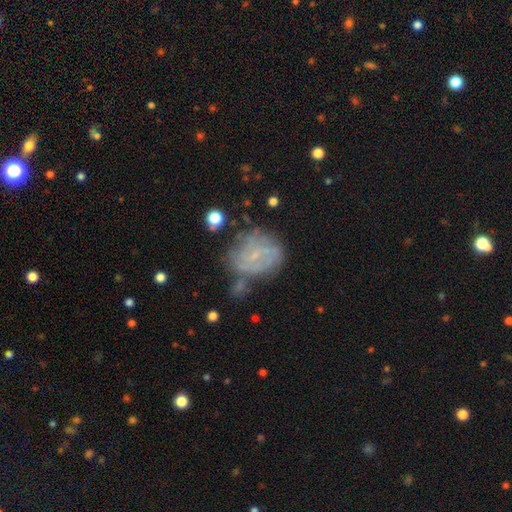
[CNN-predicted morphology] Smooth or featured? Predicted: featured or disk (p=0.63). Edge-on disk? Predicted: no (p=0.97). Bar? Predicted: no (p=0.45, tied with weak). Spiral arms? Predicted: yes (p=0.72). Bulge size? Predicted: small (p=0.73). Merging? Predicted: none (p=0.52).